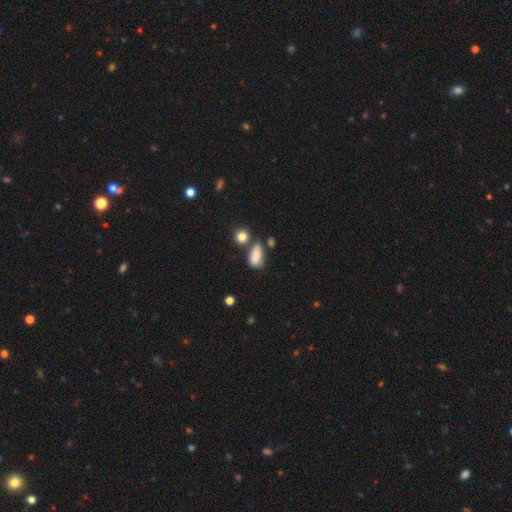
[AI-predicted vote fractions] smooth_or_featured: smooth (p=0.83) [alt: star or artifact p=0.09]
how_rounded: in between (p=0.83) [alt: cigar-shaped p=0.10]
merging: none (p=0.50) [alt: minor disturbance p=0.25]